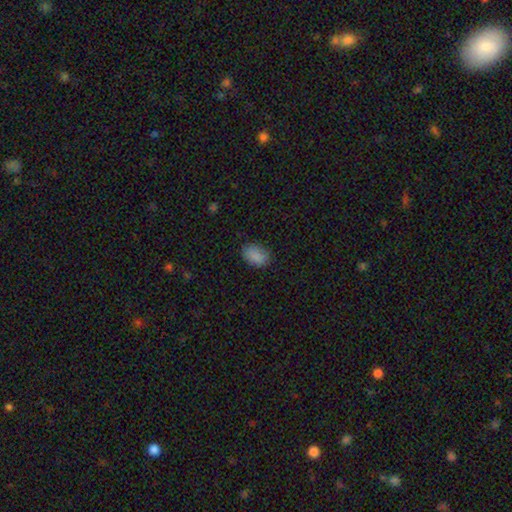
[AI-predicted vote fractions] This is clearly a smooth galaxy (87%). How rounded: clearly in between (83%). Merging: clearly none (82%).